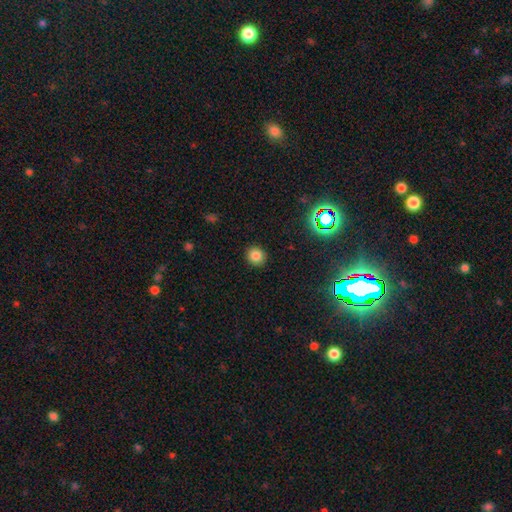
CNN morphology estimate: Smooth or featured? Predicted: smooth (p=0.81). How rounded? Predicted: round (p=0.88). Merging? Predicted: none (p=0.91).